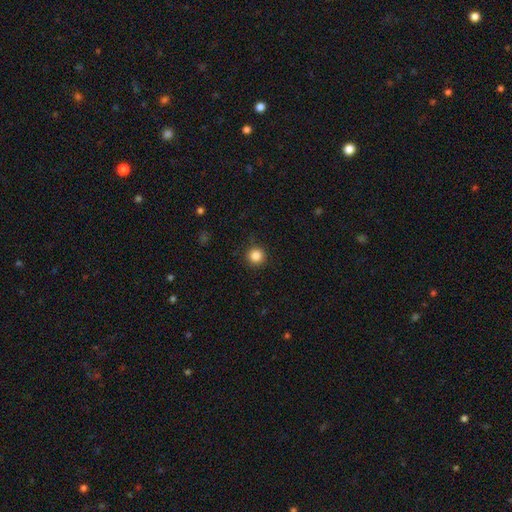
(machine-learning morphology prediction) This appears to be a smooth galaxy with no disk features (85%) that is round (95%). Merging: none (90%).